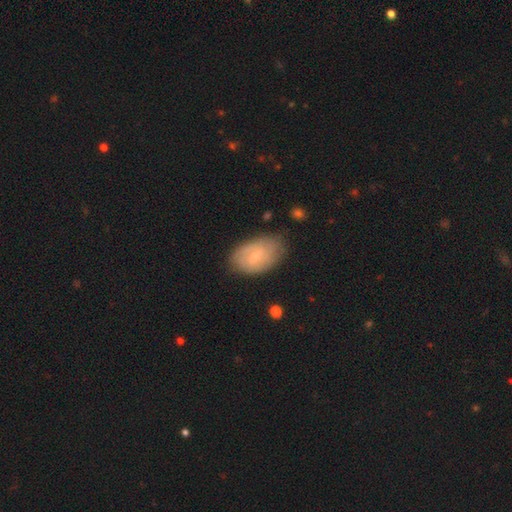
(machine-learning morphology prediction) Q: Smooth or featured?
A: featured or disk (62%); runner-up: smooth (32%)
Q: Edge-on disk?
A: no (96%); runner-up: yes (4%)
Q: Bar?
A: no (60%); runner-up: weak (36%)
Q: Spiral arms?
A: yes (85%); runner-up: no (15%)
Q: Spiral winding?
A: tight (57%); runner-up: medium (32%)
Q: Spiral arm count?
A: can't tell (44%); runner-up: 2 (31%)
Q: Bulge size?
A: small (79%); runner-up: moderate (16%)
Q: Merging?
A: none (74%); runner-up: minor disturbance (19%)